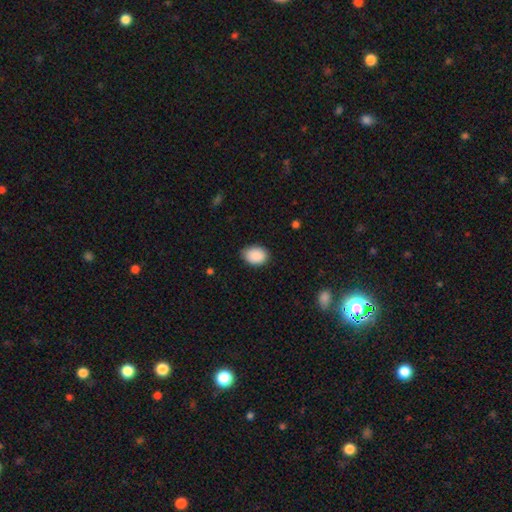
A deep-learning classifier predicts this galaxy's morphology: type=smooth (90%); roundness=in between (72%); merging=none (80%).